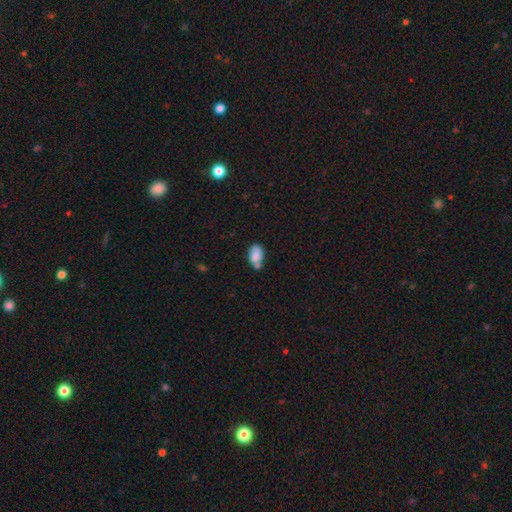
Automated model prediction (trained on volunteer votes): Overall: smooth (82%). How rounded: in between (88%). Merging: none (41%; merger 32%).